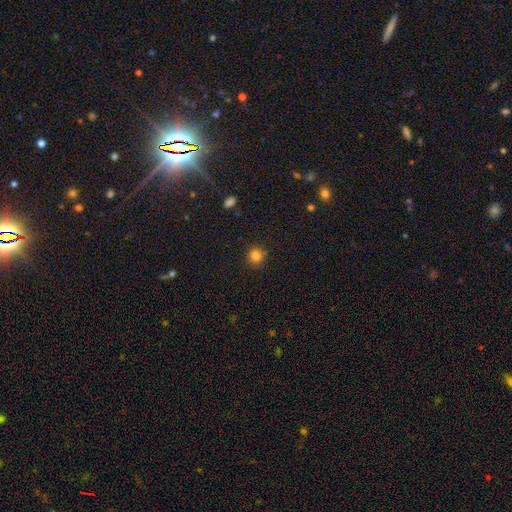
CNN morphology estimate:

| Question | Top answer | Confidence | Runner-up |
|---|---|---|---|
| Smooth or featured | smooth | 83% | star or artifact (13%) |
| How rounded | round | 92% | in between (7%) |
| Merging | none | 89% | minor disturbance (7%) |